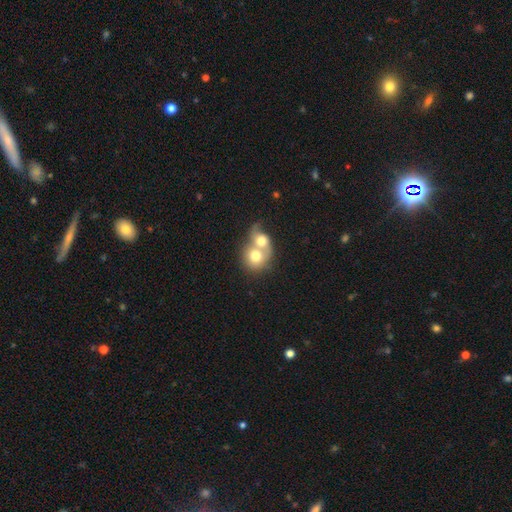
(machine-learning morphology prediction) smooth 65%, featured or disk 28%, star or artifact 7%. Down the decision tree: how rounded — round (70%); merging — merger (81%).